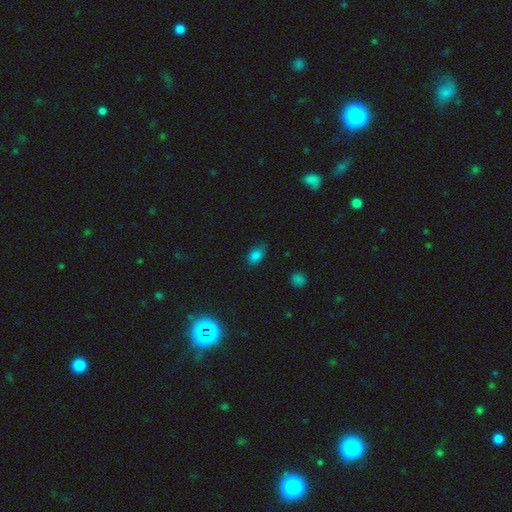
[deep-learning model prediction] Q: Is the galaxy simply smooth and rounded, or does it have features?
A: smooth — 81%.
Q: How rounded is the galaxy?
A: in between — 86%.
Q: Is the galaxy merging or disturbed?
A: none — 72%.